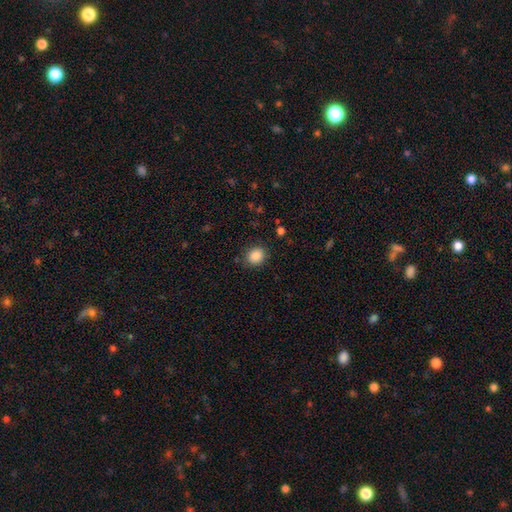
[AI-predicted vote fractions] The model was most divided on "how rounded": round: 74%, in between: 26%, cigar-shaped: 1%. More confident: merging — none (87%); smooth or featured — smooth (86%).